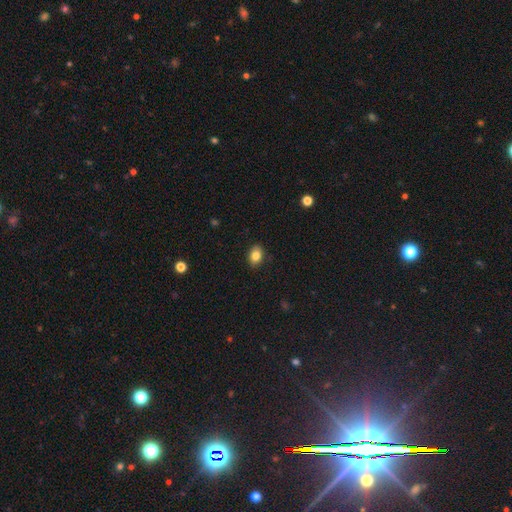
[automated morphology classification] smooth-or-featured: smooth: 84% | star or artifact: 9% | featured or disk: 7%
  how-rounded: in between: 72% | round: 26% | cigar-shaped: 1%
  merging: none: 89% | minor disturbance: 8% | major disturbance: 2% | merger: 1%